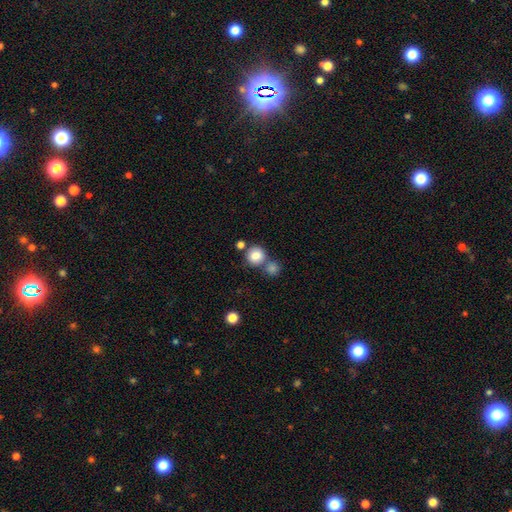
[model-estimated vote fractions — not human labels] smooth 82%, star or artifact 10%, featured or disk 8%. Down the decision tree: how rounded — round (90%); merging — none (62%).